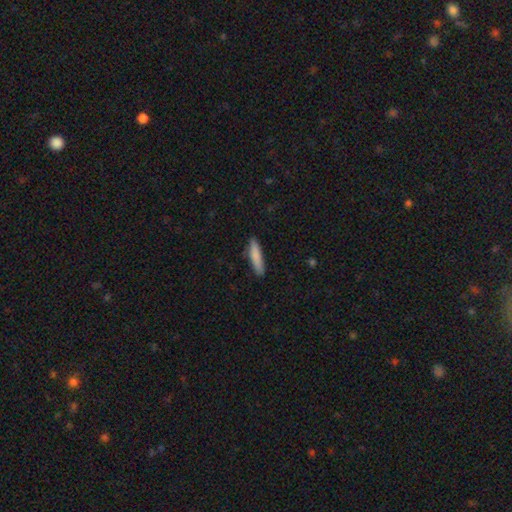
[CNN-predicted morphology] smooth 84%, featured or disk 10%, star or artifact 6%. Down the decision tree: how rounded — cigar-shaped (82%); merging — none (87%).